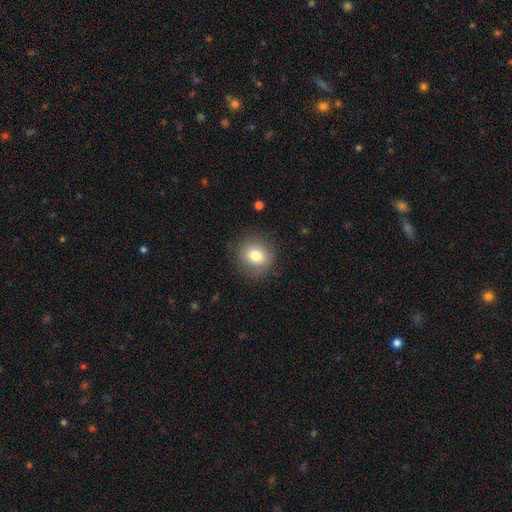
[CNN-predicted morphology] smooth-or-featured: smooth: 78% | featured or disk: 12% | star or artifact: 10%
  how-rounded: round: 83% | in between: 16% | cigar-shaped: 1%
  merging: none: 85% | minor disturbance: 10% | major disturbance: 4% | merger: 1%